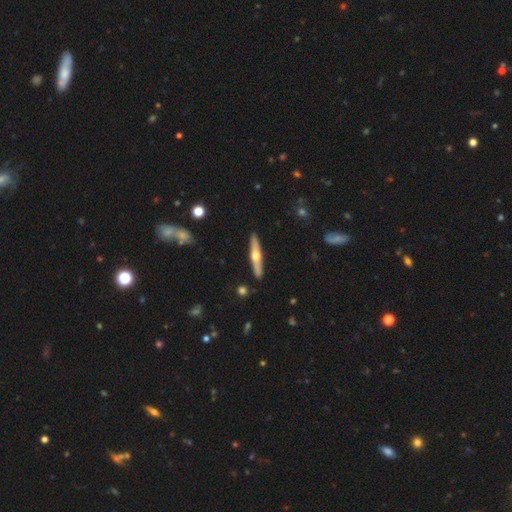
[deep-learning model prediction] Morphology: type=featured or disk (60%); edge-on=yes (95%); edge-on bulge=rounded (93%); merging=none (90%).